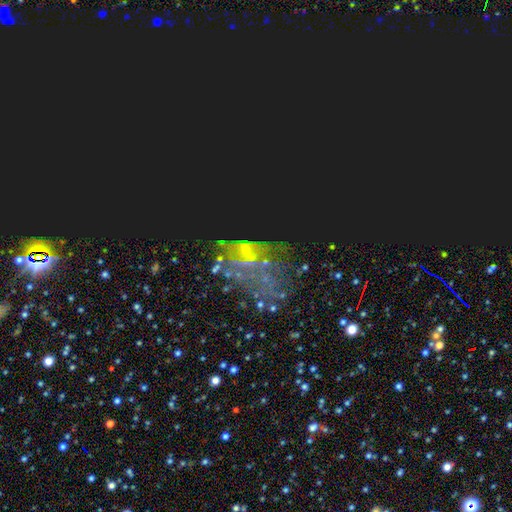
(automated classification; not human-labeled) This is likely a star or artifact rather than a galaxy (70%).